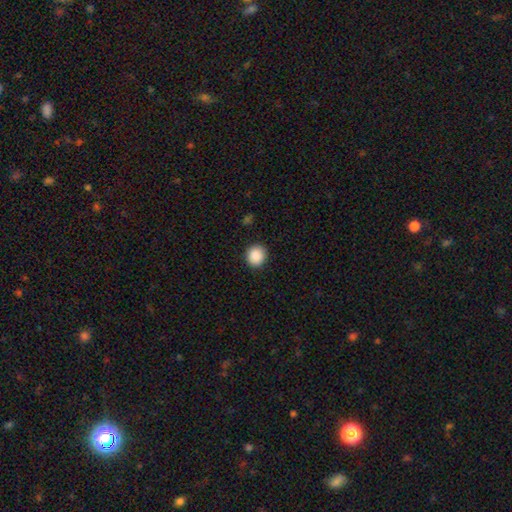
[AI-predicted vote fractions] The model was most divided on "how rounded": round: 87%, in between: 12%, cigar-shaped: 1%. More confident: merging — none (91%); smooth or featured — smooth (89%).